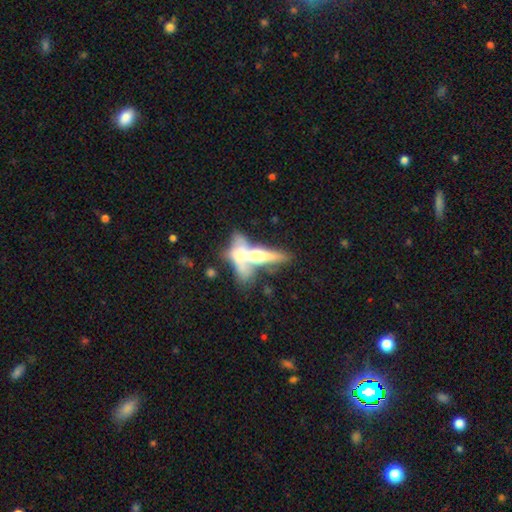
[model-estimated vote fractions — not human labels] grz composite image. It shows a featured or disk galaxy (56%) viewed edge-on (63%). Merging: merger (62%).